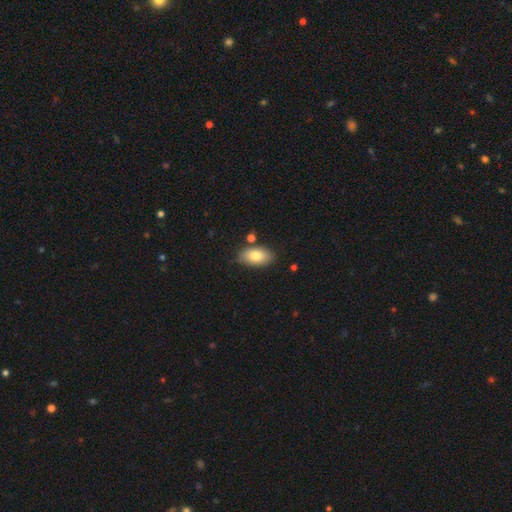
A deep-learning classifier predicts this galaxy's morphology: Smooth or featured?
  - smooth: 81% *
  - featured or disk: 12%
  - star or artifact: 7%
How rounded?
  - in between: 93% *
  - round: 4%
  - cigar-shaped: 3%
Merging?
  - none: 79% *
  - minor disturbance: 13%
  - merger: 5%
  - major disturbance: 3%